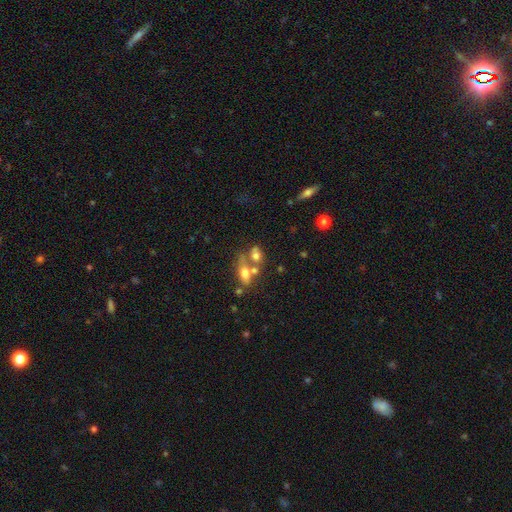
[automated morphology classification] This is likely a smooth galaxy (66%). How rounded: likely in between (66%). Merging: possibly merger (50%).